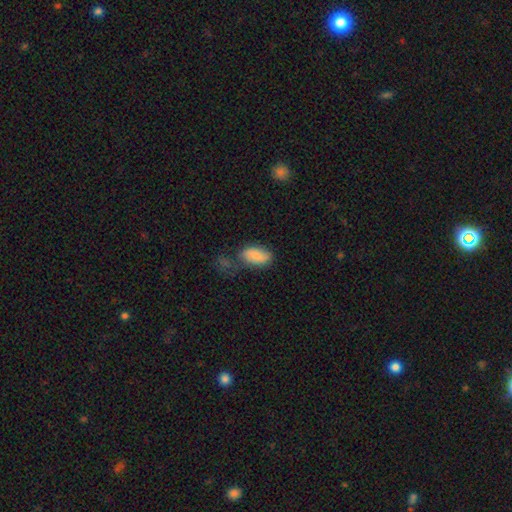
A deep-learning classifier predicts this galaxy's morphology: Overall: smooth (82%). How rounded: in between (93%). Merging: none (51%; minor disturbance 25%).